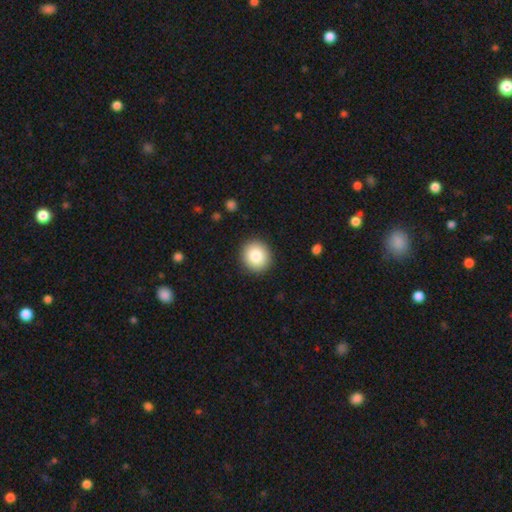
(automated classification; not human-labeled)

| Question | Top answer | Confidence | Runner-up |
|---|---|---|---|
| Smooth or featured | smooth | 84% | star or artifact (8%) |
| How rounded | round | 85% | in between (14%) |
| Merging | none | 91% | minor disturbance (6%) |